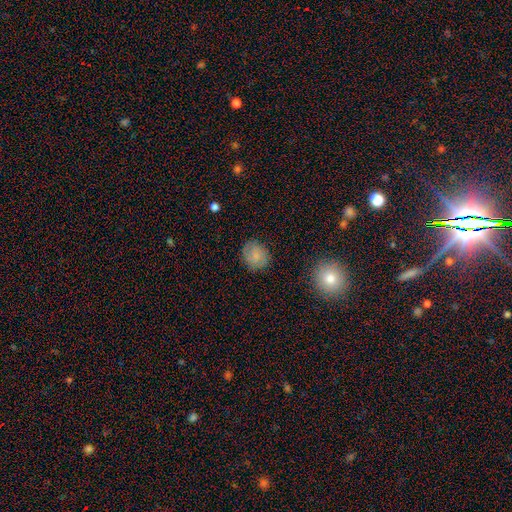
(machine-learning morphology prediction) A smooth galaxy with no disk features (68%) that is round (77%). Merging: none (84%).